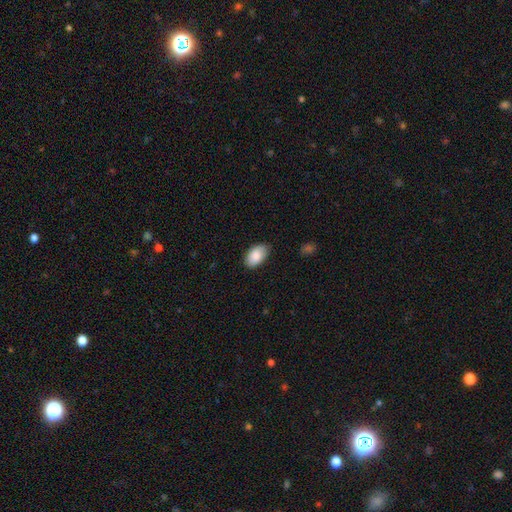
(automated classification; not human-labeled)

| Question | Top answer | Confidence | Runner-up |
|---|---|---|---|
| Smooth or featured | smooth | 87% | featured or disk (7%) |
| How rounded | in between | 94% | round (5%) |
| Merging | none | 83% | minor disturbance (13%) |